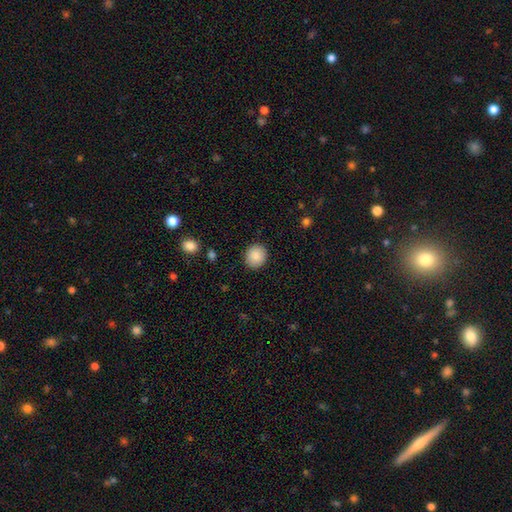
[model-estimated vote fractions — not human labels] A smooth galaxy with no disk features (88%) that is round (84%). Merging: none (90%).